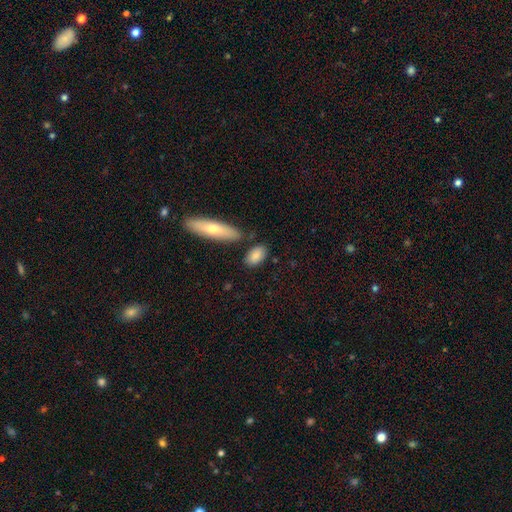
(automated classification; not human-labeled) Overall: smooth (84%). How rounded: in between (88%). Merging: none (75%).